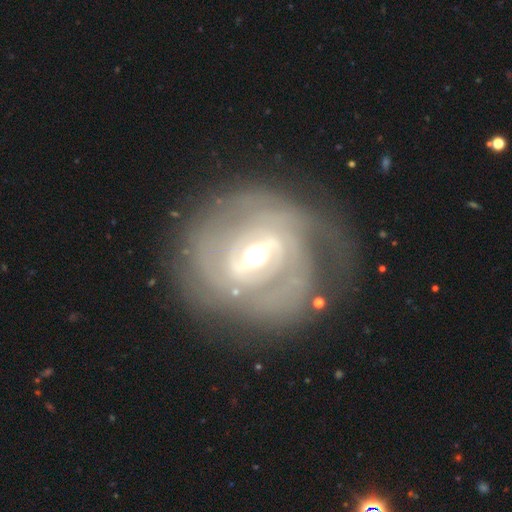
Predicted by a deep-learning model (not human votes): The model was most divided on "bar": weak: 43%, strong: 42%, no: 15%. Remaining: edge-on disk — no (96%); spiral arms — yes (85%); smooth or featured — featured or disk (84%); spiral winding — tight (69%); bulge size — moderate (68%); merging — none (67%); spiral arm count — can't tell (37%).